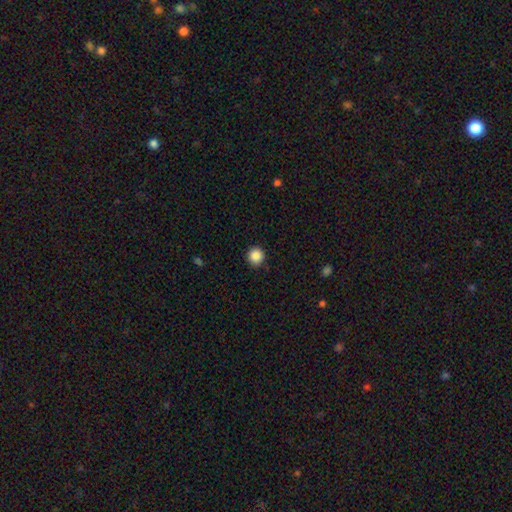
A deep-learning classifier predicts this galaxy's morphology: The model was most divided on "smooth or featured": smooth: 87%, star or artifact: 9%, featured or disk: 3%. More confident: how rounded — round (93%); merging — none (90%).